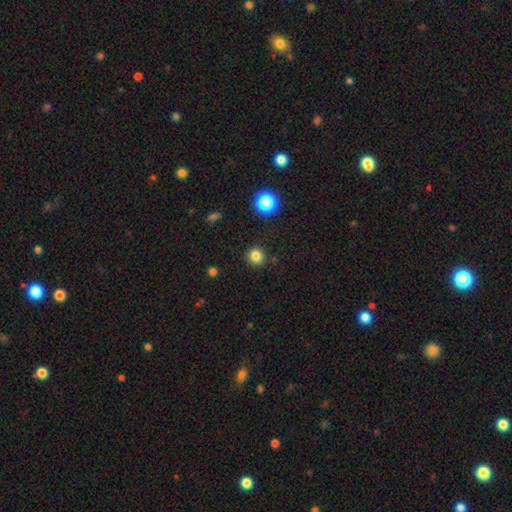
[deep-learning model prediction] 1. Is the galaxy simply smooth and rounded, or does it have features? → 82% smooth, 13% star or artifact, 5% featured or disk.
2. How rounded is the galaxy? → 89% round, 10% in between, 1% cigar-shaped.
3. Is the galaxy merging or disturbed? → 90% none, 7% minor disturbance, 2% major disturbance, 2% merger.